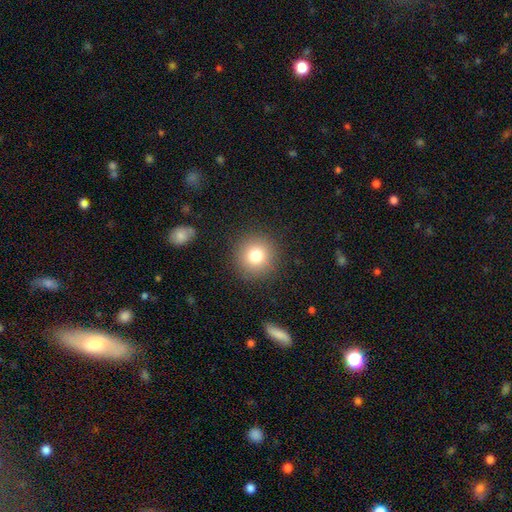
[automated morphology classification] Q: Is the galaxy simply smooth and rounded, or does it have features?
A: smooth — 78%.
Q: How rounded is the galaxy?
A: round — 94%.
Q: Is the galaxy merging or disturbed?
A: none — 90%.